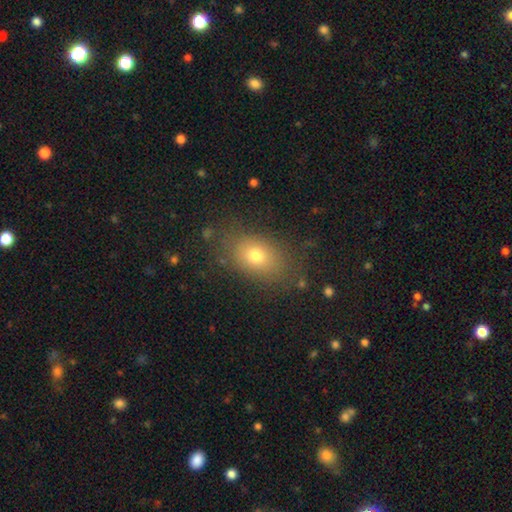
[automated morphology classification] The model was most divided on "how rounded": in between: 73%, round: 25%, cigar-shaped: 2%. More confident: merging — none (78%); smooth or featured — smooth (73%).